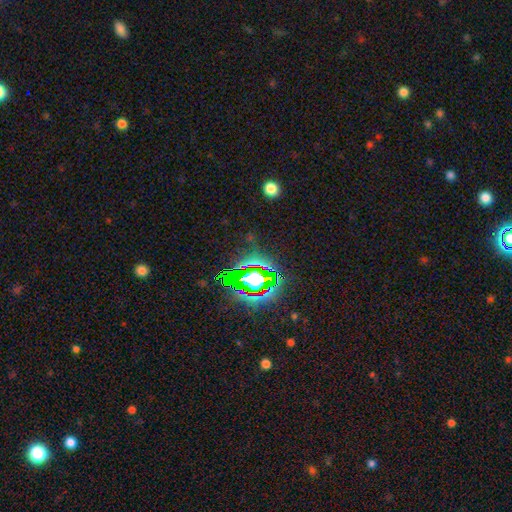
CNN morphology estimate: This appears to be a star or artifact, not a galaxy (83%).